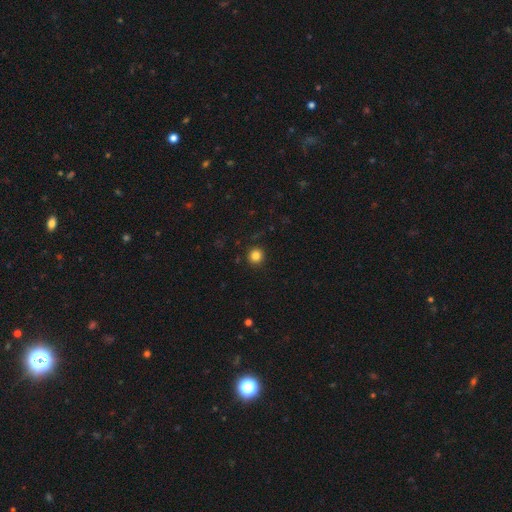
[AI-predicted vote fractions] smooth 83%, star or artifact 12%, featured or disk 5%. Down the decision tree: how rounded — round (95%); merging — none (91%).